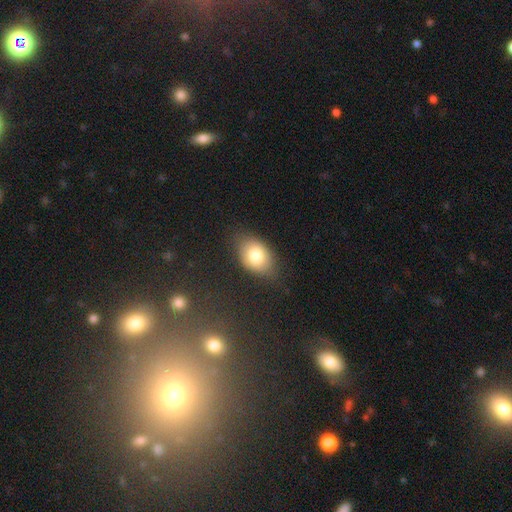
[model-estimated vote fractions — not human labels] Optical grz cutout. It shows a smooth galaxy with no disk features (78%) that is in between round and cigar-shaped (82%). Merging: none (76%).